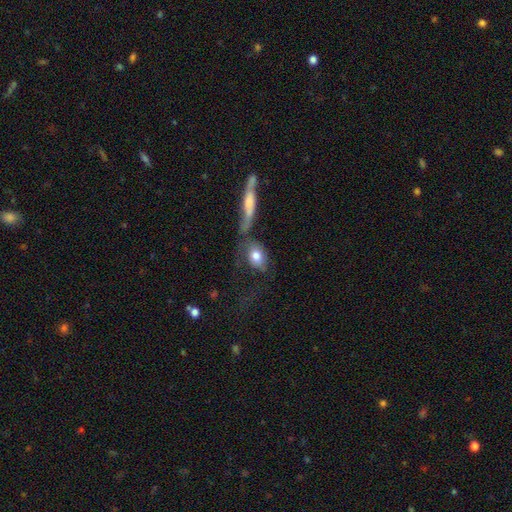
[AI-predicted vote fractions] Overall: smooth (73%). How rounded: in between (70%). Merging: none (37%; merger 32%).